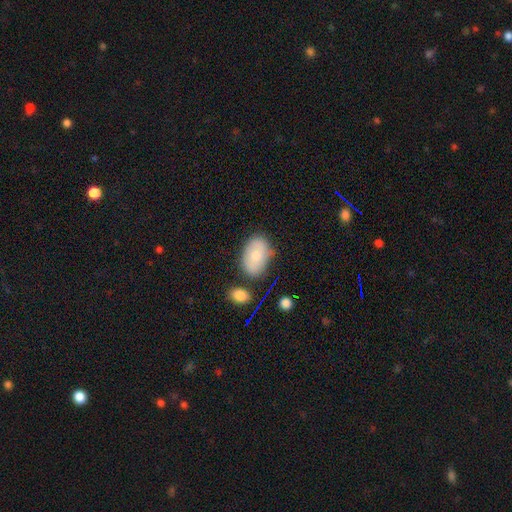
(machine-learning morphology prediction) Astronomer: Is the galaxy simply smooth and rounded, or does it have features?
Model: smooth — 70%.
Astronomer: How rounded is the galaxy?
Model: in between — 87%.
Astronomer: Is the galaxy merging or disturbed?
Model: none — 65%.